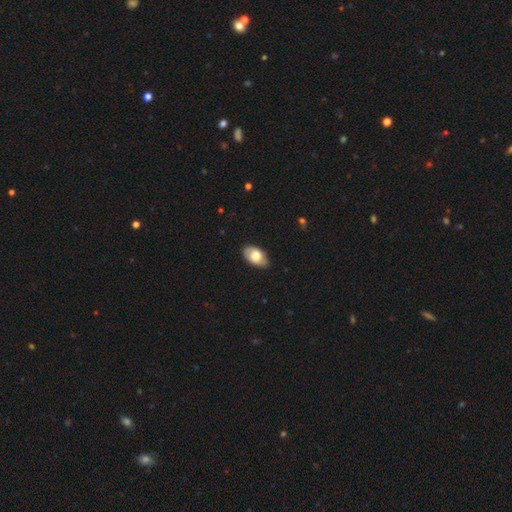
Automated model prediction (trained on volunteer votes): Smooth or featured: smooth — 68% (featured or disk — 26%)
How rounded: in between — 93% (round — 5%)
Merging: none — 77% (minor disturbance — 19%)